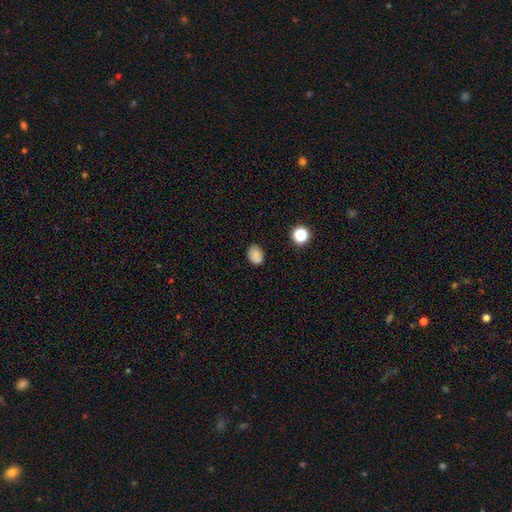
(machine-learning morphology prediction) This is clearly a smooth galaxy (84%). How rounded: likely in between (71%). Merging: clearly none (81%).